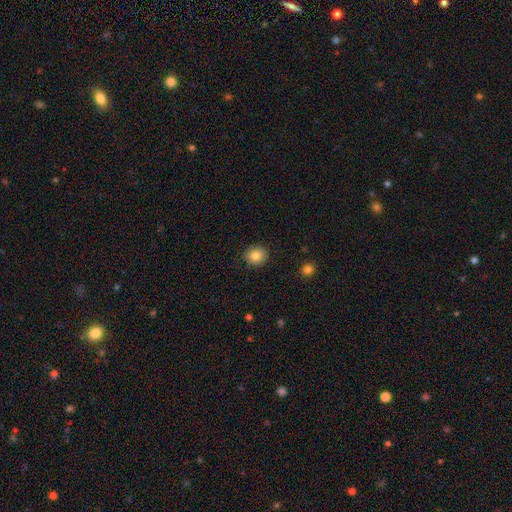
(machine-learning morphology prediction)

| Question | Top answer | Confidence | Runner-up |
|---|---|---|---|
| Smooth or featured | smooth | 83% | star or artifact (9%) |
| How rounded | round | 85% | in between (14%) |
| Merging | none | 89% | minor disturbance (8%) |